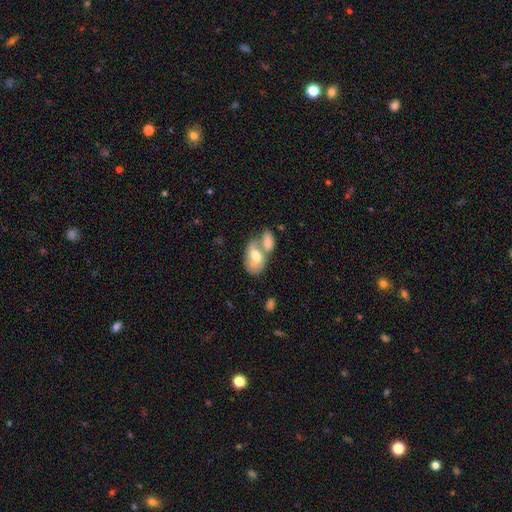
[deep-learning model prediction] Smooth or featured: smooth — 55% (featured or disk — 38%)
How rounded: in between — 88% (round — 10%)
Merging: merger — 63% (none — 21%)